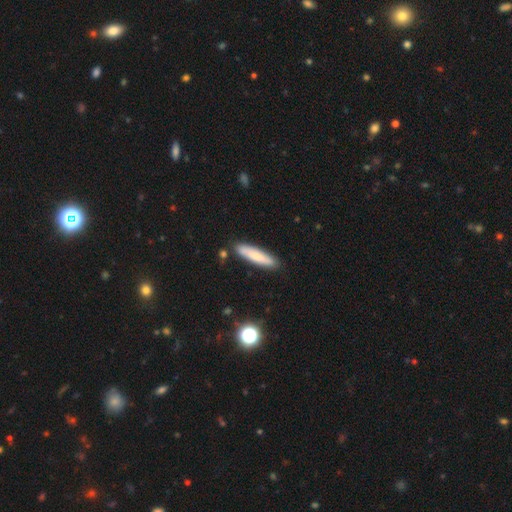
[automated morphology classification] smooth-or-featured: smooth: 76% | featured or disk: 18% | star or artifact: 6%
  how-rounded: cigar-shaped: 82% | in between: 17% | round: 1%
  merging: none: 86% | minor disturbance: 10% | merger: 3% | major disturbance: 2%